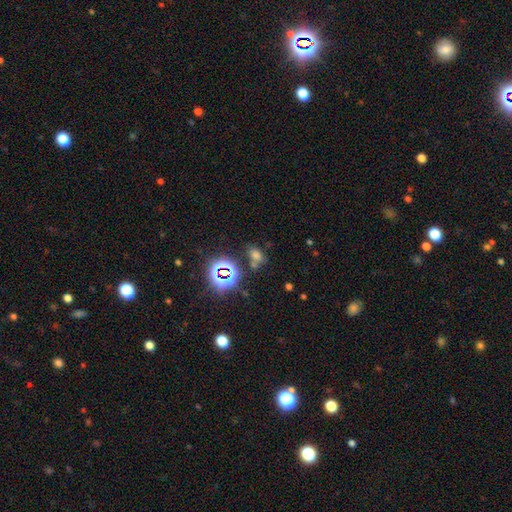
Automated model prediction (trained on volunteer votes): smooth_or_featured: star or artifact (p=0.49) [alt: smooth p=0.40]